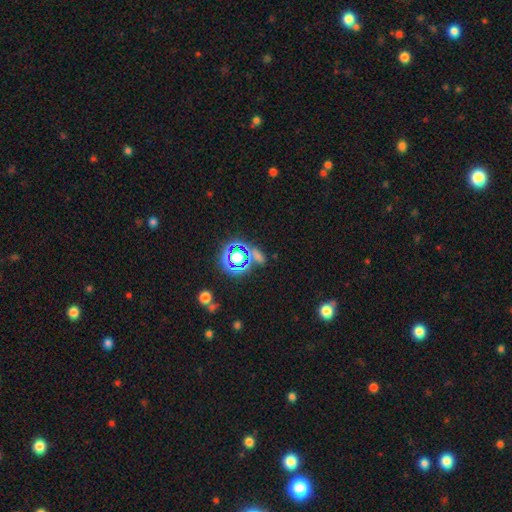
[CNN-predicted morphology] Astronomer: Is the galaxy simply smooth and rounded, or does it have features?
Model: star or artifact — 71%.